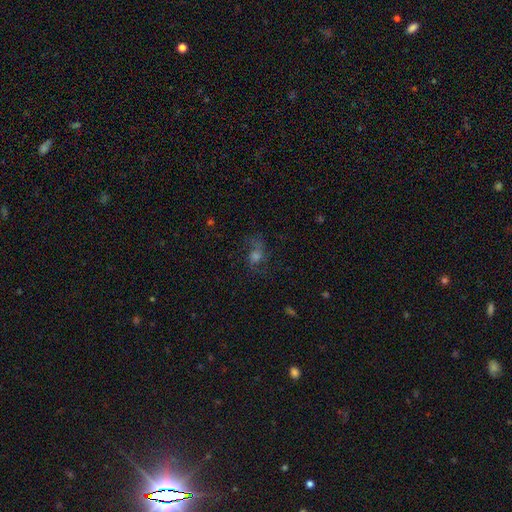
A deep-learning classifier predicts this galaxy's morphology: A featured or disk galaxy (45%). Merging: none (59%).